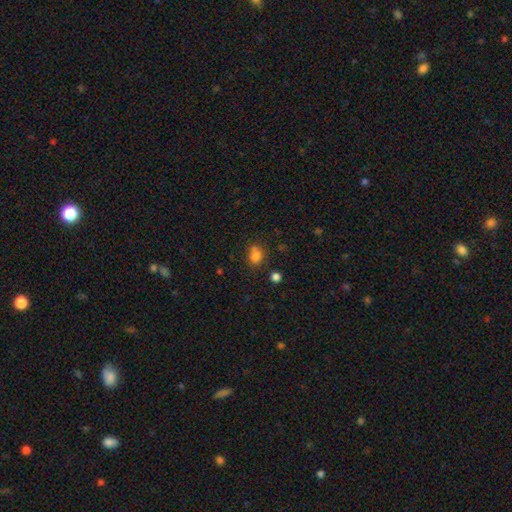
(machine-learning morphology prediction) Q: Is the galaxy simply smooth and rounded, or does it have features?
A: smooth — 80%.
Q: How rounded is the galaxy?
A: round — 55%.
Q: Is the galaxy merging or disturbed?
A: none — 62%.